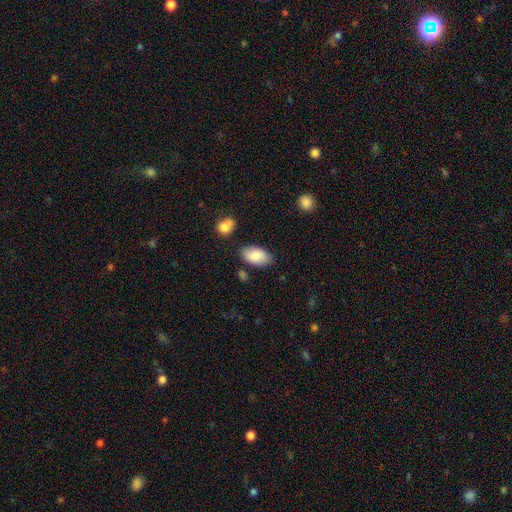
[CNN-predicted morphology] Smooth or featured? smooth (83%)
How rounded? in between (94%)
Merging? none (79%)